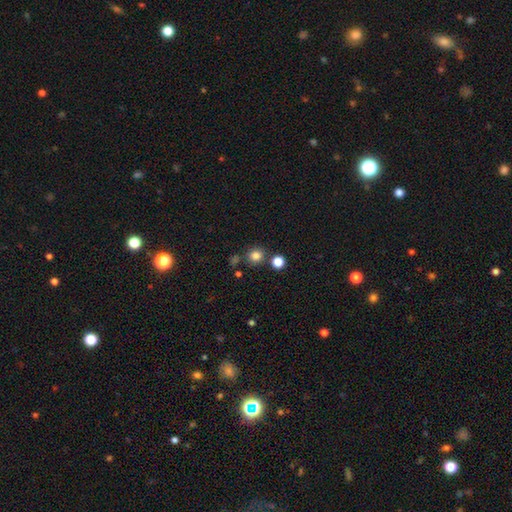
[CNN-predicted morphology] Smooth or featured? Predicted: smooth (p=0.81). How rounded? Predicted: round (p=0.86). Merging? Predicted: none (p=0.77).